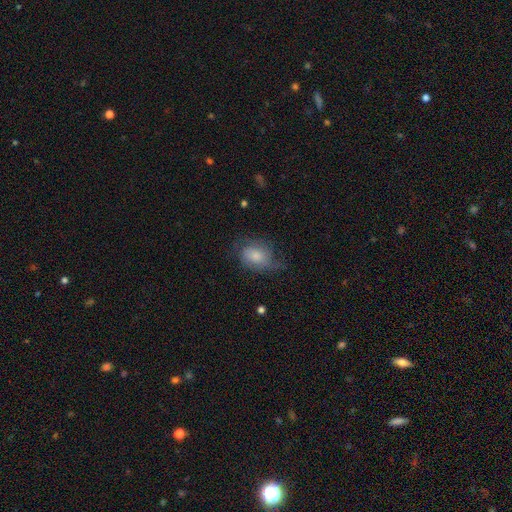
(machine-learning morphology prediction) Smooth or featured: smooth — 57% (featured or disk — 34%)
How rounded: in between — 61% (round — 37%)
Merging: none — 47% (minor disturbance — 30%)